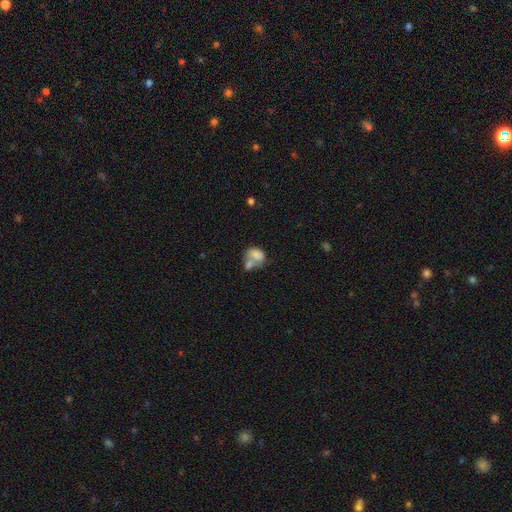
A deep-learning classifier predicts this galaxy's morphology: A smooth galaxy with no disk features (74%) that is in between round and cigar-shaped (70%).

Vote fractions:
- Smooth or featured? smooth: 74% / featured or disk: 17% / star or artifact: 9%
- How rounded? in between: 70% / round: 29% / cigar-shaped: 1%
- Merging? merger: 59% / none: 21% / minor disturbance: 11% / major disturbance: 9%